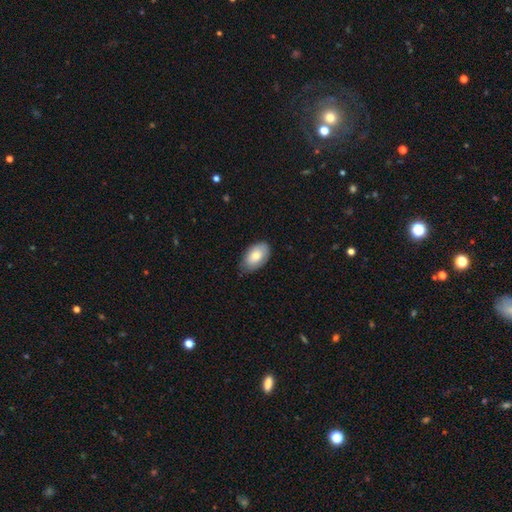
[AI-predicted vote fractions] This is likely a smooth galaxy (75%). How rounded: clearly in between (93%). Merging: likely none (71%).